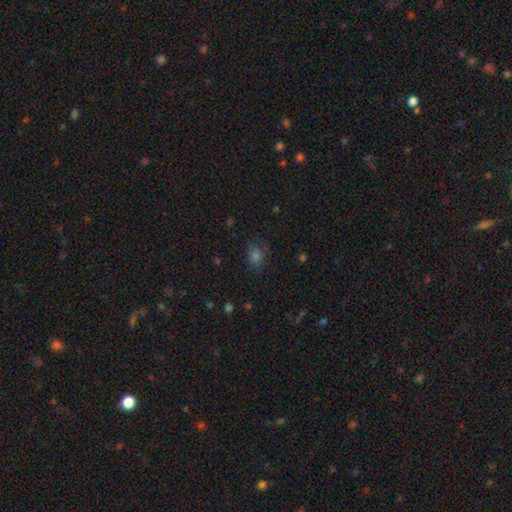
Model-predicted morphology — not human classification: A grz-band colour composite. It shows a smooth galaxy with no disk features (63%) that is round (53%). Merging: none (76%).